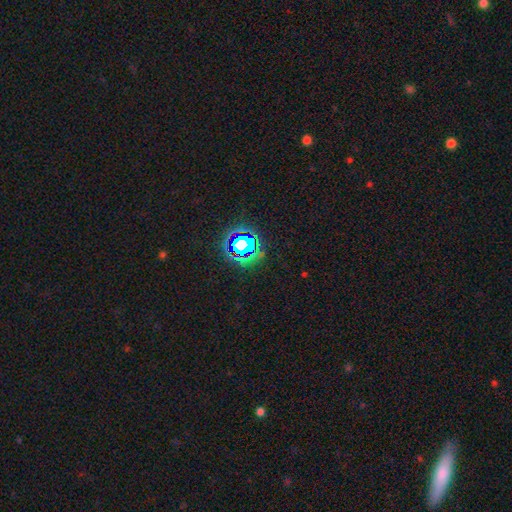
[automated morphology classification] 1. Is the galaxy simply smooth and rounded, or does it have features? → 80% star or artifact, 13% smooth, 7% featured or disk.